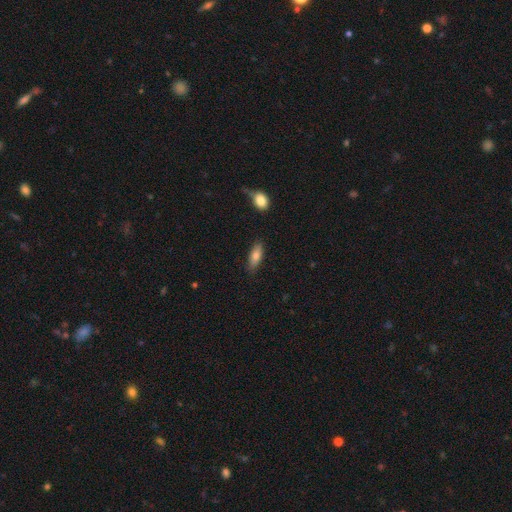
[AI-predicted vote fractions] Smooth or featured: smooth — 78% (featured or disk — 15%)
How rounded: in between — 71% (cigar-shaped — 26%)
Merging: none — 83% (minor disturbance — 12%)